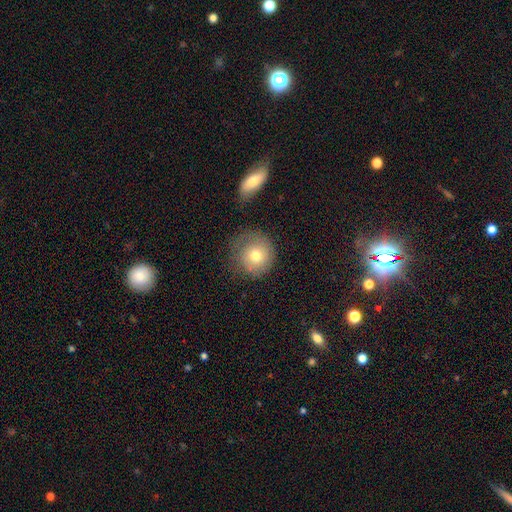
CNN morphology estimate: Q: Smooth or featured?
A: smooth (72%); runner-up: featured or disk (18%)
Q: How rounded?
A: round (91%); runner-up: in between (8%)
Q: Merging?
A: none (63%); runner-up: minor disturbance (22%)